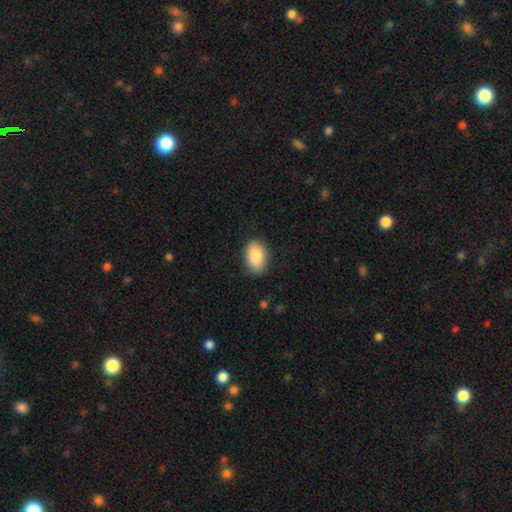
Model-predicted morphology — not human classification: This is clearly a smooth galaxy (87%). How rounded: clearly in between (89%). Merging: clearly none (85%).